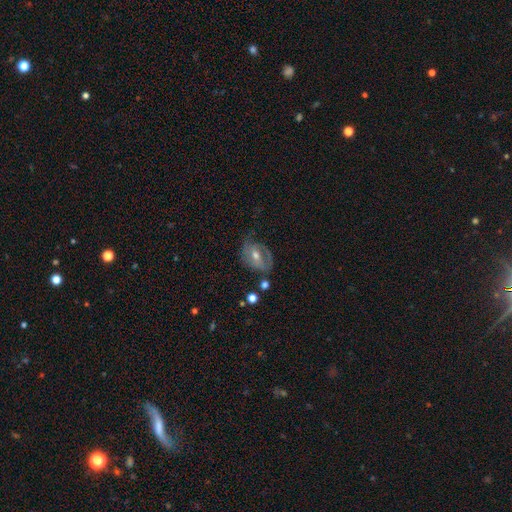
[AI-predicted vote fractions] smooth-or-featured: featured or disk: 67% | smooth: 24% | star or artifact: 9%
  disk-edge-on: no: 94% | yes: 6%
    bar: weak: 40% (tied) | no: 40% (tied) | strong: 20%
    has-spiral-arms: yes: 69% | no: 31%
    bulge-size: moderate: 66% | small: 28% | large: 3% | none: 1% | dominant: 1%
  merging: none: 54% | minor disturbance: 25% | major disturbance: 17% | merger: 4%